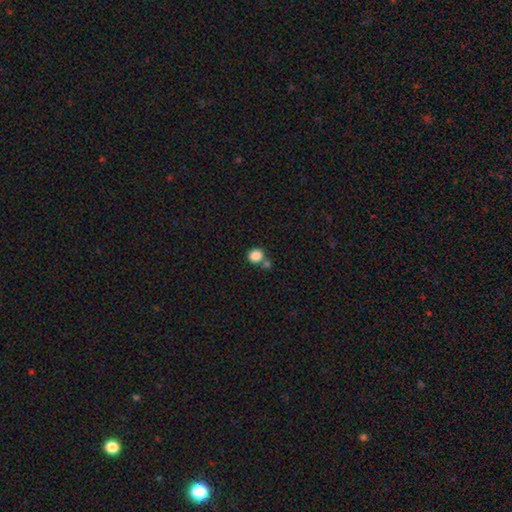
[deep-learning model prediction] A smooth galaxy with no disk features (86%) that is round (82%). Merging: none (62%).